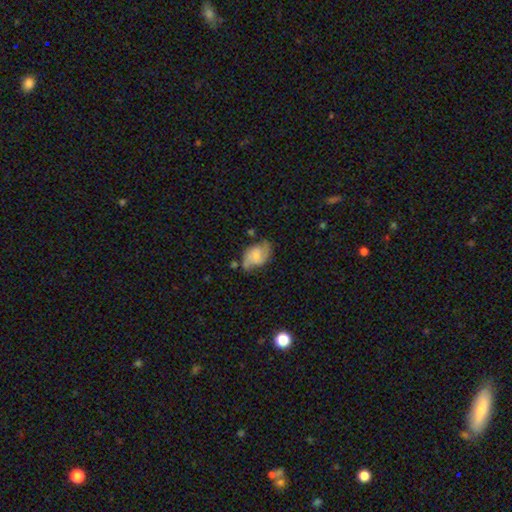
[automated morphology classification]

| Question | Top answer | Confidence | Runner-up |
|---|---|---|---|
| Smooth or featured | featured or disk | 59% | smooth (34%) |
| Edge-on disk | no | 97% | yes (3%) |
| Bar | no | 51% | weak (41%) |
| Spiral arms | yes | 88% | no (12%) |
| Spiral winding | medium | 47% | loose (30%) |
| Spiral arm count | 2 | 84% | can't tell (9%) |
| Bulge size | small | 45% | moderate (31%) |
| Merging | none | 57% | minor disturbance (27%) |